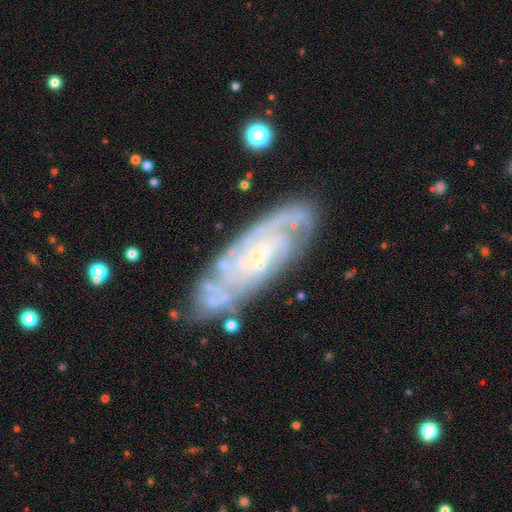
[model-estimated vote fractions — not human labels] A featured or disk galaxy (83%) with no bar (64%), tight (75%) spiral arms (96%) and a small central bulge (74%). Merging: none (77%).